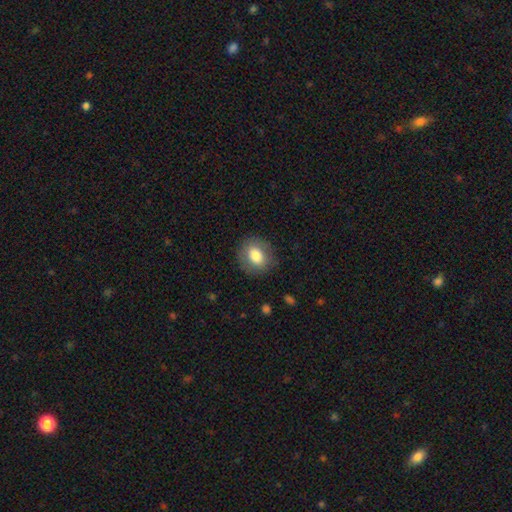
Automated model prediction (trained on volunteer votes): smooth-or-featured: smooth: 76% | featured or disk: 16% | star or artifact: 8%
  how-rounded: round: 64% | in between: 35% | cigar-shaped: 1%
  merging: none: 84% | minor disturbance: 11% | major disturbance: 4% | merger: 1%